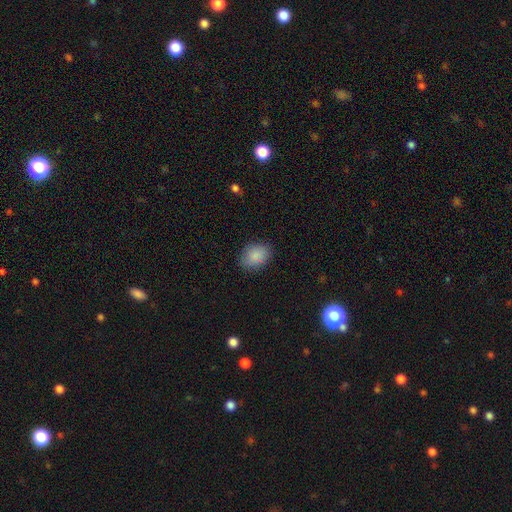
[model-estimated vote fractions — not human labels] Smooth or featured?
  - smooth: 87% *
  - star or artifact: 8%
  - featured or disk: 5%
How rounded?
  - in between: 71% *
  - round: 28%
  - cigar-shaped: 1%
Merging?
  - none: 84% *
  - minor disturbance: 12%
  - major disturbance: 3%
  - merger: 1%